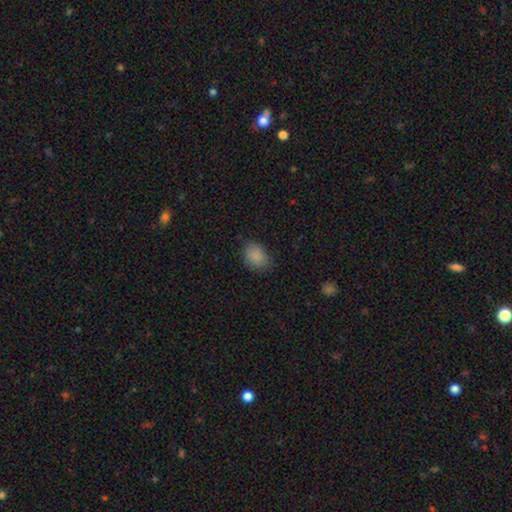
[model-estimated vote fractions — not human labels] Smooth or featured? smooth (86%)
How rounded? in between (71%)
Merging? none (73%)